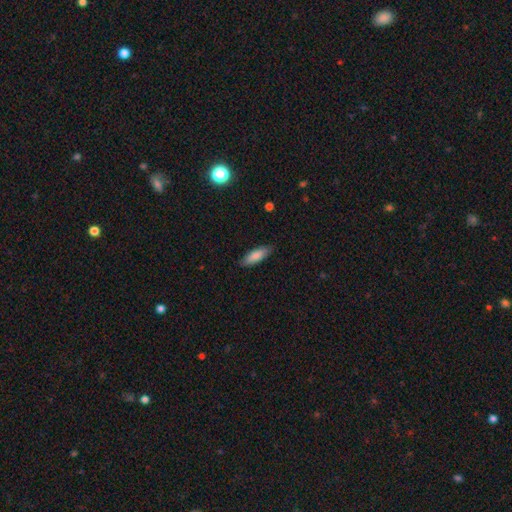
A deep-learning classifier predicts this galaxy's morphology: Smooth or featured: smooth — 85% (featured or disk — 10%)
How rounded: in between — 57% (cigar-shaped — 42%)
Merging: none — 86% (minor disturbance — 11%)